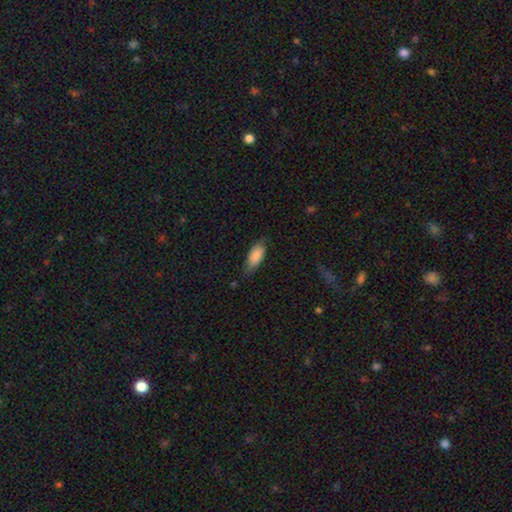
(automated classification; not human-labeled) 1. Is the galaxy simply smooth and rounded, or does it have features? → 86% smooth, 8% featured or disk, 6% star or artifact.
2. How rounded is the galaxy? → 84% in between, 14% cigar-shaped, 2% round.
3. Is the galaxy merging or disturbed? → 65% none, 26% minor disturbance, 6% major disturbance, 2% merger.